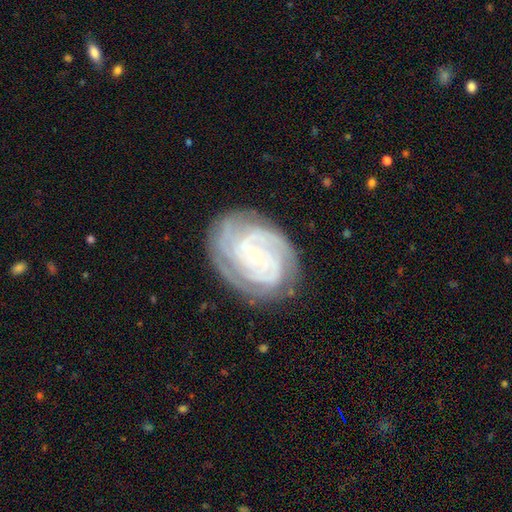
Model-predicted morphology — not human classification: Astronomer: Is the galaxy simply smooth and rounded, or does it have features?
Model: featured or disk — 89%.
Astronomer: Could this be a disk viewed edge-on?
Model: no — 97%.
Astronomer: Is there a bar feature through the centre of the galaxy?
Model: no — 72%.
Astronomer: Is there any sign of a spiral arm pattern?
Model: yes — 98%.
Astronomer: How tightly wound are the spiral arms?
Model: tight — 77%.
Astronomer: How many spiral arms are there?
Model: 3 — 31% (runner-up: 4, 20%).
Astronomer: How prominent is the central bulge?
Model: small — 81%.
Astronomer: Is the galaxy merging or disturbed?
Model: none — 77%.